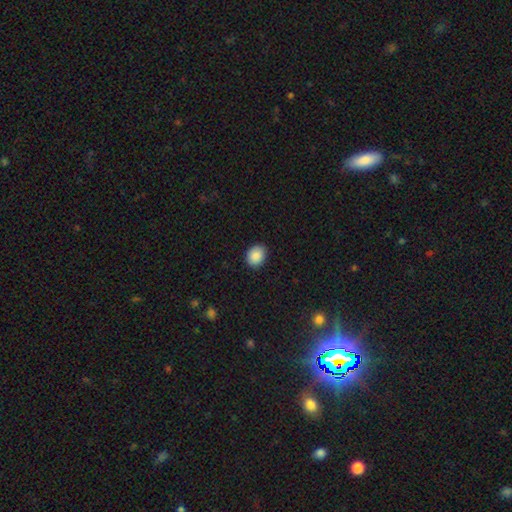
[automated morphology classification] Overall: smooth (89%). How rounded: round (55%; in between 44%). Merging: none (89%).